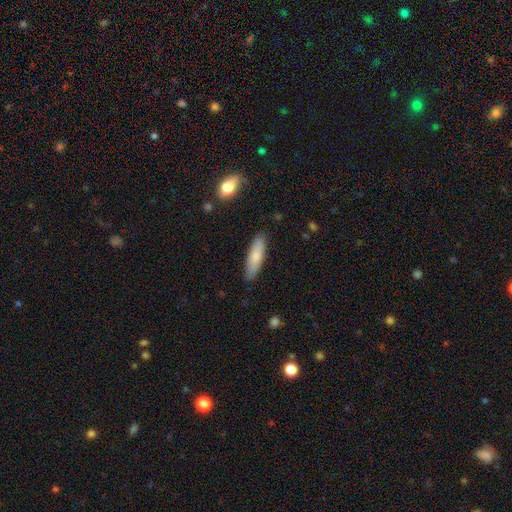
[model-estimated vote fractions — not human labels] Smooth or featured: smooth — 79% (featured or disk — 15%)
How rounded: cigar-shaped — 61% (in between — 37%)
Merging: none — 86% (minor disturbance — 10%)